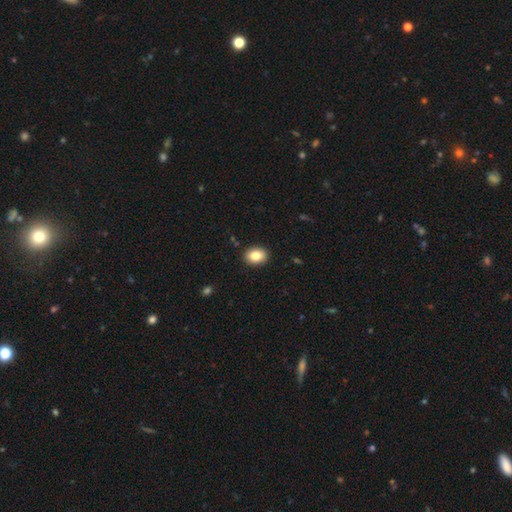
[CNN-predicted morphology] Smooth or featured? smooth (84%)
How rounded? in between (64%)
Merging? none (90%)